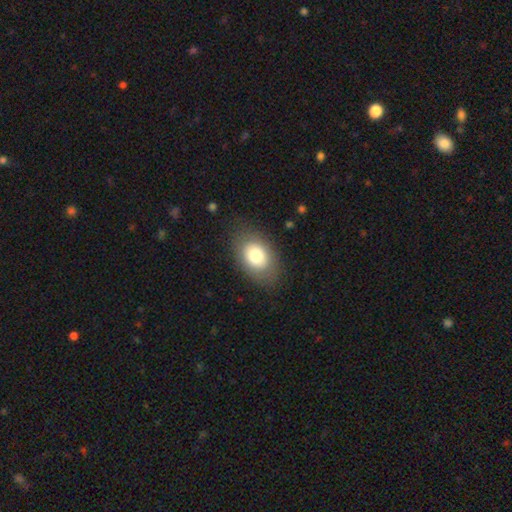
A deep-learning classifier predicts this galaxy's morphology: Smooth or featured: smooth — 76% (featured or disk — 16%)
How rounded: in between — 81% (round — 18%)
Merging: none — 82% (minor disturbance — 12%)